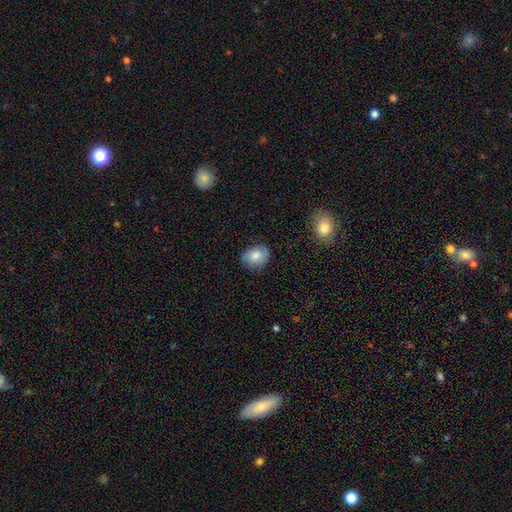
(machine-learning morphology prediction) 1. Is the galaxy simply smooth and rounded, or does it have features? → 74% smooth, 17% featured or disk, 8% star or artifact.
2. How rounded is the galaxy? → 53% in between, 46% round, 1% cigar-shaped.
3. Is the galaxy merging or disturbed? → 74% none, 21% minor disturbance, 4% major disturbance, 1% merger.